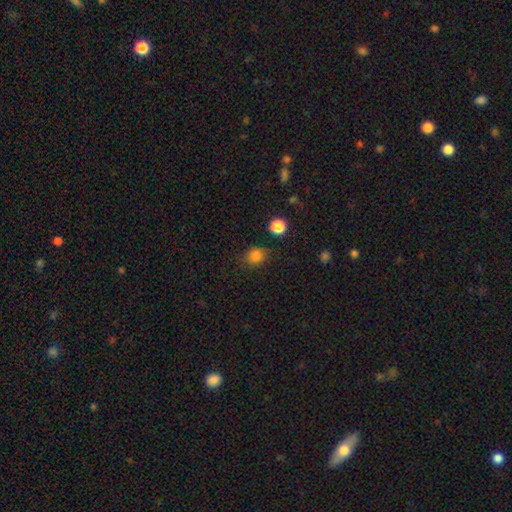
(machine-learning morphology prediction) Overall: smooth (82%). How rounded: round (69%; in between 30%). Merging: none (75%).